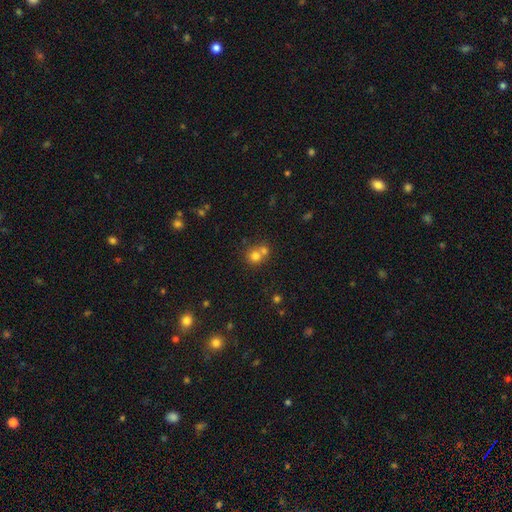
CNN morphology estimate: This appears to be a smooth galaxy with no disk features (73%) that is round (85%). Merging: merger (50%).